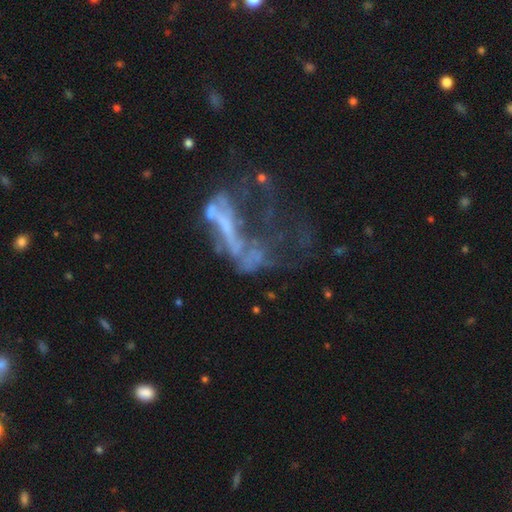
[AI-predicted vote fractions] Morphology: type=featured or disk (60%); edge-on=no (86%); bar=no (70%); spiral arms=no (81%); bulge=none (65%); merging=major disturbance (42%).